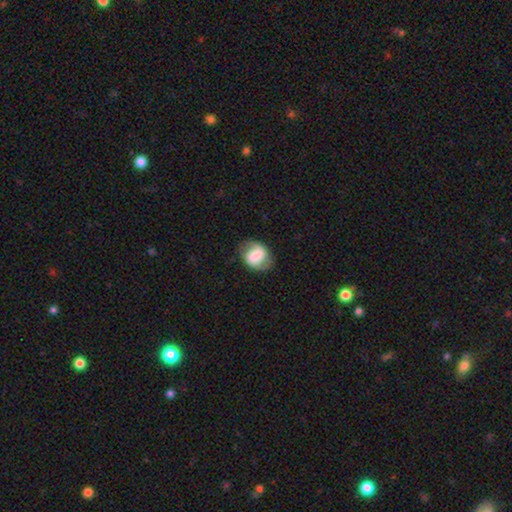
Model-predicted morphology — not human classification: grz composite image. It shows a featured or disk galaxy (46%, tied with smooth). Merging: none (73%).